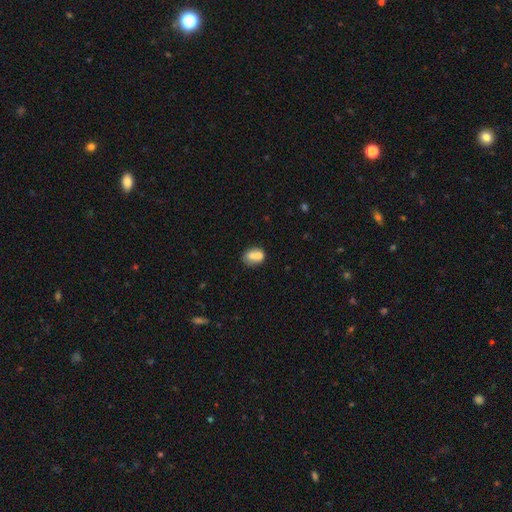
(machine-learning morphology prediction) Smooth or featured? smooth (68%)
How rounded? in between (65%)
Merging? merger (48%)